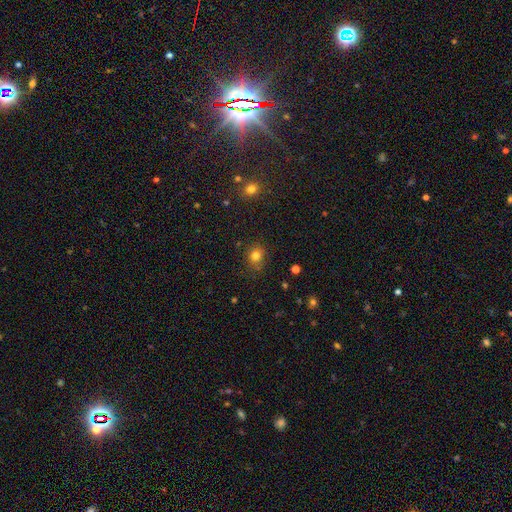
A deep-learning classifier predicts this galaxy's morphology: The model was most divided on "how rounded": round: 72%, in between: 27%, cigar-shaped: 1%. More confident: smooth or featured — smooth (79%); merging — none (78%).